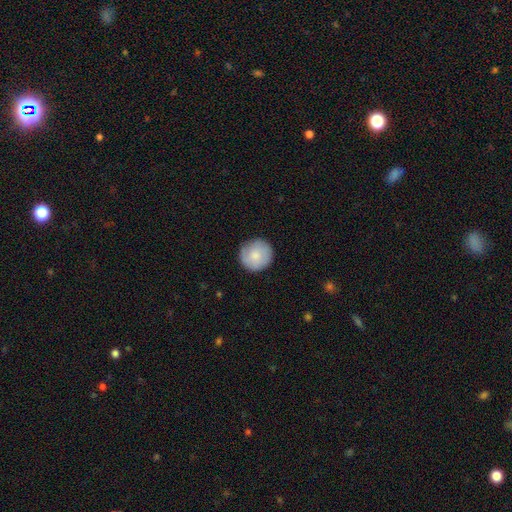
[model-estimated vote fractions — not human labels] smooth-or-featured: smooth: 75% | featured or disk: 20% | star or artifact: 6%
  how-rounded: round: 95% | in between: 4% | cigar-shaped: 1%
  merging: none: 86% | minor disturbance: 10% | major disturbance: 2% | merger: 1%